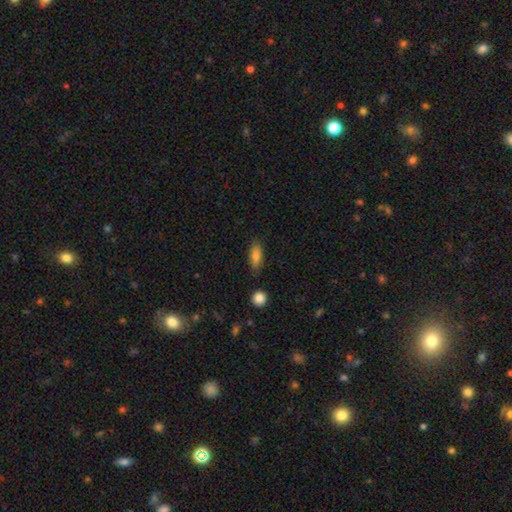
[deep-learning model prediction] A smooth galaxy with no disk features (83%) that is in between round and cigar-shaped (75%).

Vote fractions:
- Smooth or featured? smooth: 83% / featured or disk: 10% / star or artifact: 8%
- How rounded? in between: 75% / cigar-shaped: 22% / round: 3%
- Merging? none: 81% / minor disturbance: 13% / major disturbance: 3% / merger: 2%